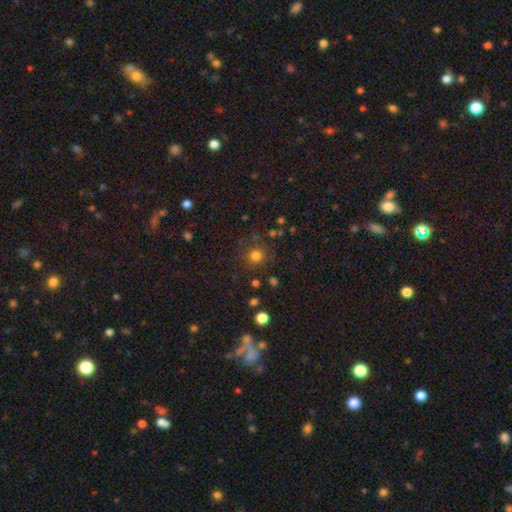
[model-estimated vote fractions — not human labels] Smooth or featured: smooth — 78% (star or artifact — 16%)
How rounded: round — 92% (in between — 7%)
Merging: none — 83% (minor disturbance — 10%)